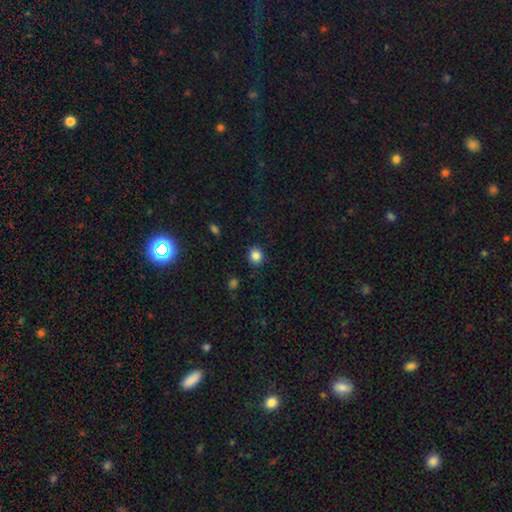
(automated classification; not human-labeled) The model was most divided on "how rounded": round: 84%, in between: 15%, cigar-shaped: 1%. More confident: merging — none (89%); smooth or featured — smooth (85%).